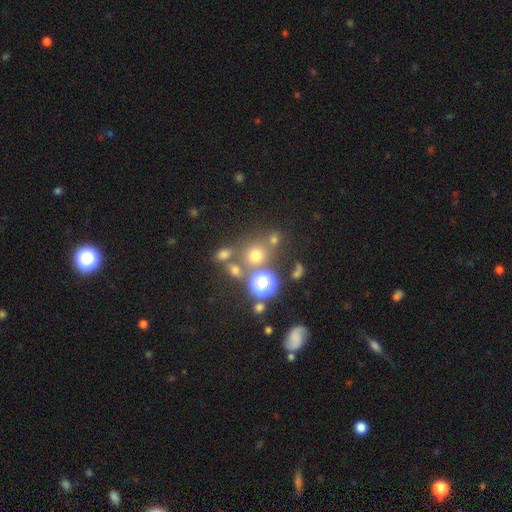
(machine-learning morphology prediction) A smooth galaxy with no disk features (65%) that is round (84%).

Vote fractions:
- Smooth or featured? smooth: 65% / star or artifact: 25% / featured or disk: 10%
- How rounded? round: 84% / in between: 15% / cigar-shaped: 1%
- Merging? none: 63% / merger: 21% / minor disturbance: 10% / major disturbance: 6%